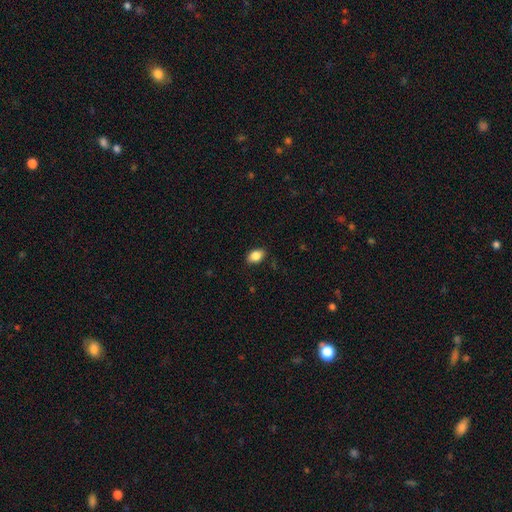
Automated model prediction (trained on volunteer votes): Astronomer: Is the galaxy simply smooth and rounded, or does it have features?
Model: smooth — 86%.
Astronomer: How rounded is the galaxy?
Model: in between — 85%.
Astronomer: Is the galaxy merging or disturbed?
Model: none — 86%.